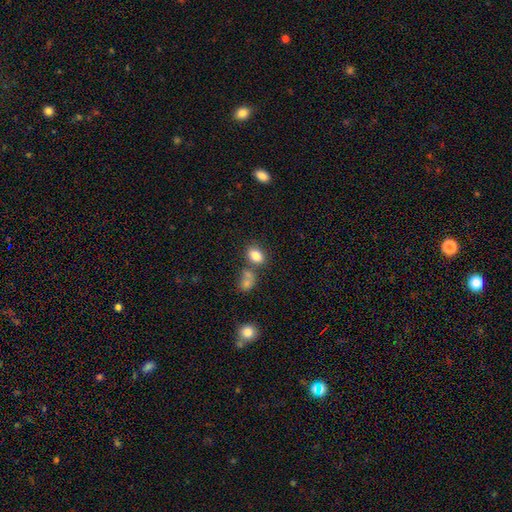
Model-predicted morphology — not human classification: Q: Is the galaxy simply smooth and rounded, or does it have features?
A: smooth — 83%.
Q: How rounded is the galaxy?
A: in between — 80%.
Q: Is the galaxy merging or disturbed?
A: none — 58%.